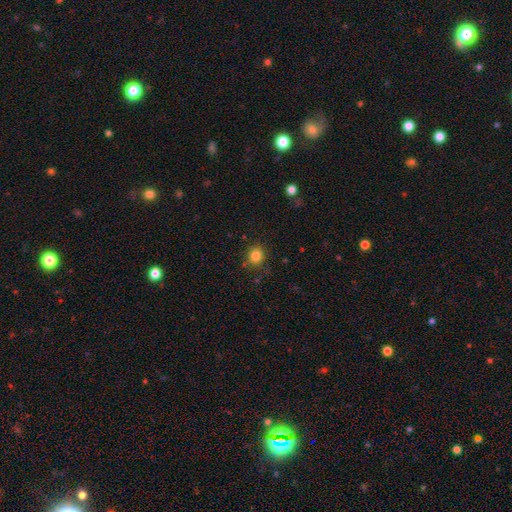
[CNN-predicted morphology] type=smooth (83%); roundness=round (81%); merging=none (85%).